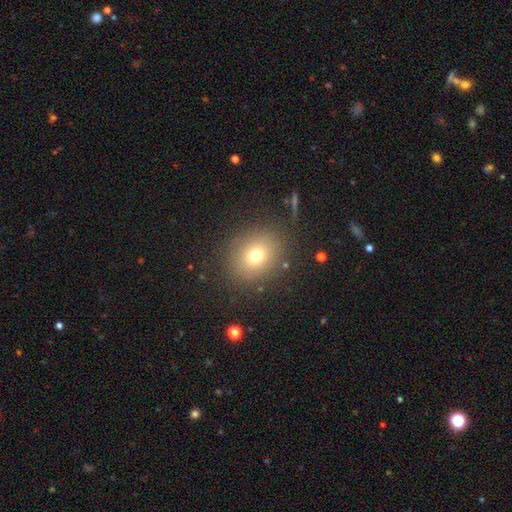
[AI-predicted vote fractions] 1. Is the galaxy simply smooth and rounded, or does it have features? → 73% smooth, 15% star or artifact, 12% featured or disk.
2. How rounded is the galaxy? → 67% round, 32% in between, 1% cigar-shaped.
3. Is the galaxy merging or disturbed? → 86% none, 9% minor disturbance, 4% major disturbance, 2% merger.